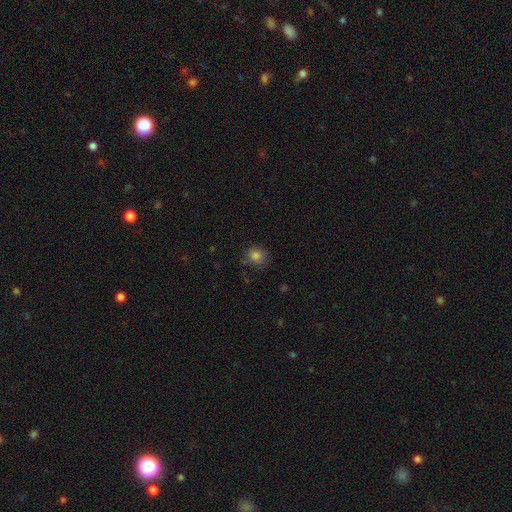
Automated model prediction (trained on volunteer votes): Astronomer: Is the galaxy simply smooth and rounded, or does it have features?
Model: smooth — 83%.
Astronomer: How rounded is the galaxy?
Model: round — 80%.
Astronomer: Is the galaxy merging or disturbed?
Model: none — 75%.